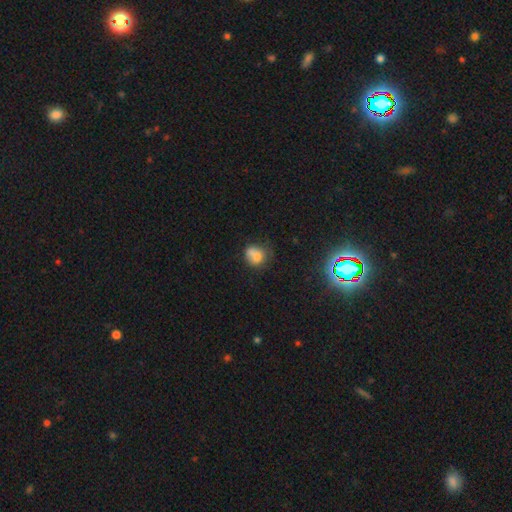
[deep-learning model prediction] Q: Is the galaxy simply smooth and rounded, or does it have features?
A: smooth — 71%.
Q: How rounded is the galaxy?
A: round — 69%.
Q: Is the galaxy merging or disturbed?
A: merger — 38%.